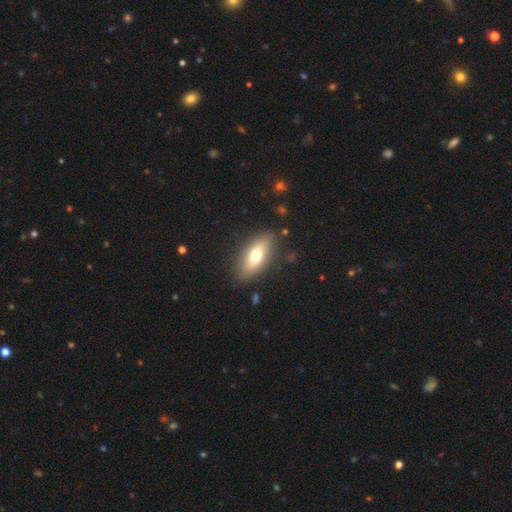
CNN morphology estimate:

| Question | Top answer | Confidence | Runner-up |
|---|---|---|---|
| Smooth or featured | smooth | 67% | featured or disk (26%) |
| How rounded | in between | 75% | cigar-shaped (21%) |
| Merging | none | 86% | minor disturbance (10%) |